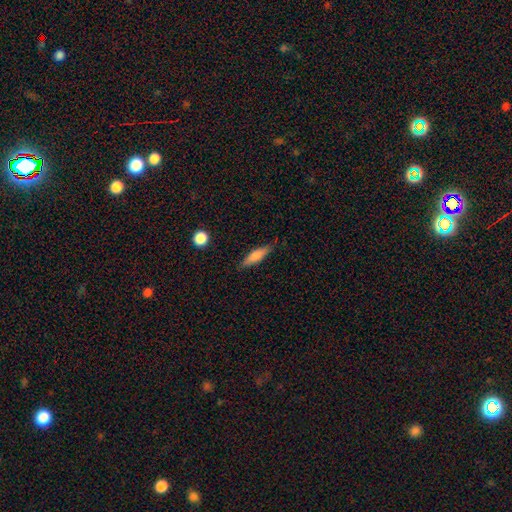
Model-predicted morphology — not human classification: A smooth galaxy with no disk features (72%) that is cigar-shaped (67%).

Vote fractions:
- Smooth or featured? smooth: 72% / featured or disk: 22% / star or artifact: 6%
- How rounded? cigar-shaped: 67% / in between: 31% / round: 2%
- Merging? none: 82% / minor disturbance: 13% / major disturbance: 3% / merger: 2%